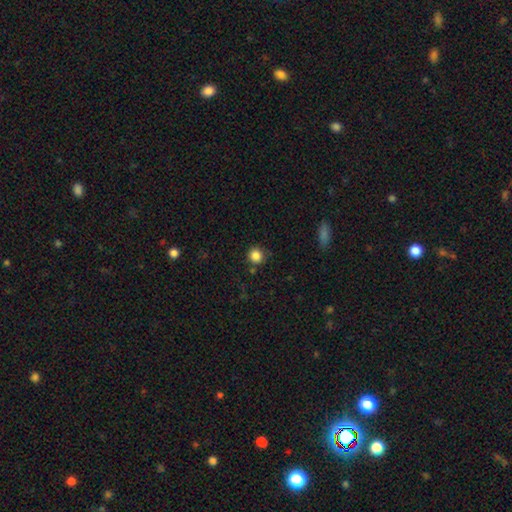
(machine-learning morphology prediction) type=smooth (86%); roundness=round (90%); merging=none (80%).